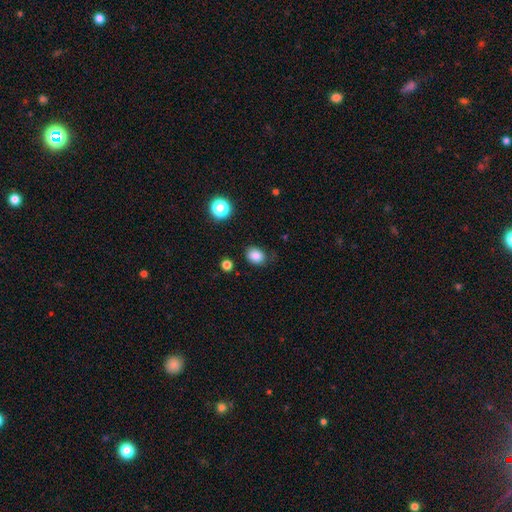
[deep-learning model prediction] Morphology: type=smooth (85%); roundness=in between (53%); merging=none (75%).